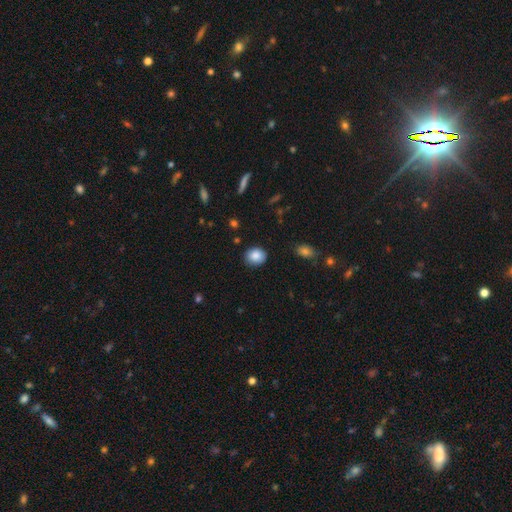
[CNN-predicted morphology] smooth-or-featured: smooth: 87% | star or artifact: 8% | featured or disk: 5%
  how-rounded: round: 59% | in between: 40% | cigar-shaped: 1%
  merging: none: 86% | minor disturbance: 10% | major disturbance: 2% | merger: 1%